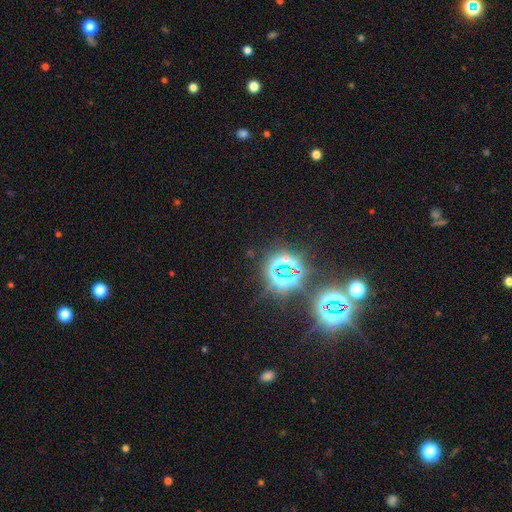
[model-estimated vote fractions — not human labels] smooth-or-featured: star or artifact: 79% | smooth: 14% | featured or disk: 7%